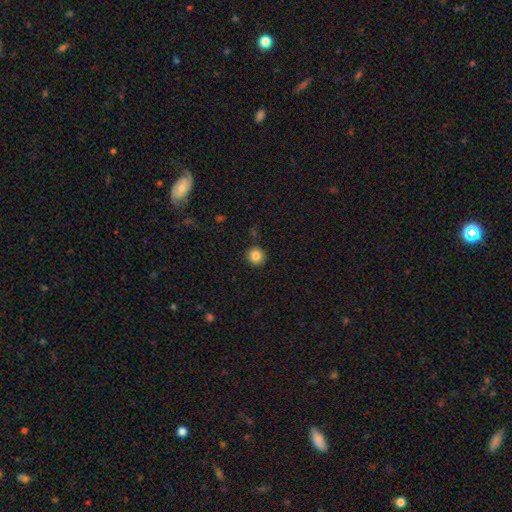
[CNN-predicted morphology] Overall: smooth (84%). How rounded: round (92%). Merging: none (90%).